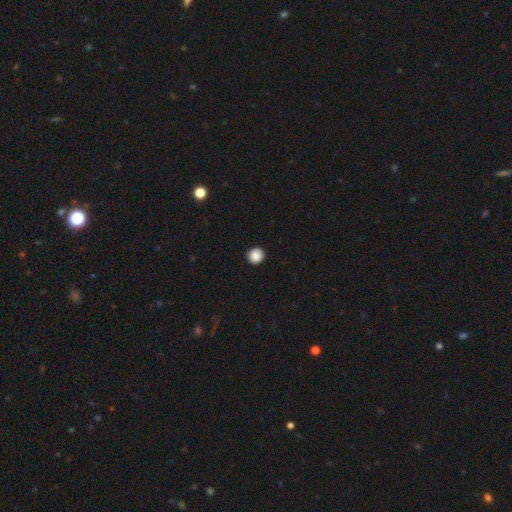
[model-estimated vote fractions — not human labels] The model was most divided on "how rounded": round: 89%, in between: 10%, cigar-shaped: 1%. More confident: merging — none (92%); smooth or featured — smooth (88%).